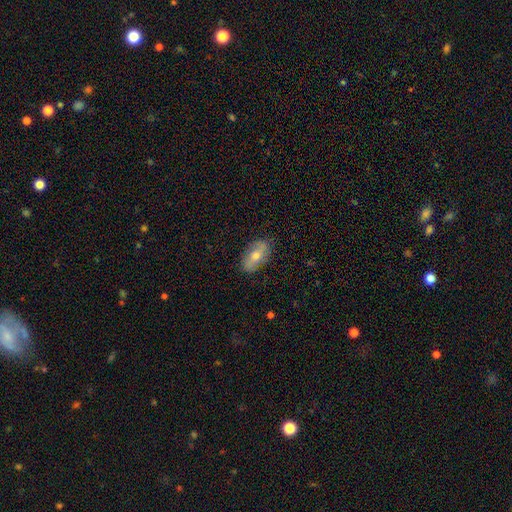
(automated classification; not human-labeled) Smooth or featured? smooth (50%)
How rounded? in between (87%)
Merging? none (84%)